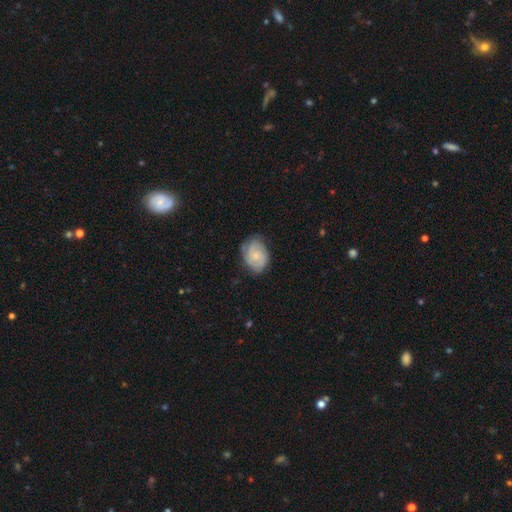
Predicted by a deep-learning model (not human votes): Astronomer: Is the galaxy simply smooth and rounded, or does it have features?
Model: featured or disk — 58% (runner-up: smooth, 35%).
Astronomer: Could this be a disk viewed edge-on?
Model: no — 98%.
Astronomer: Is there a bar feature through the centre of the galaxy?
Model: no — 71%.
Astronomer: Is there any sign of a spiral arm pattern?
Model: yes — 89%.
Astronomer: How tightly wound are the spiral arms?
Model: tight — 56% (runner-up: medium, 34%).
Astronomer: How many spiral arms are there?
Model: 2 — 39% (runner-up: can't tell, 31%).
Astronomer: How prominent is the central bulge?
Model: small — 64%.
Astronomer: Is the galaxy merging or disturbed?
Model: none — 69%.